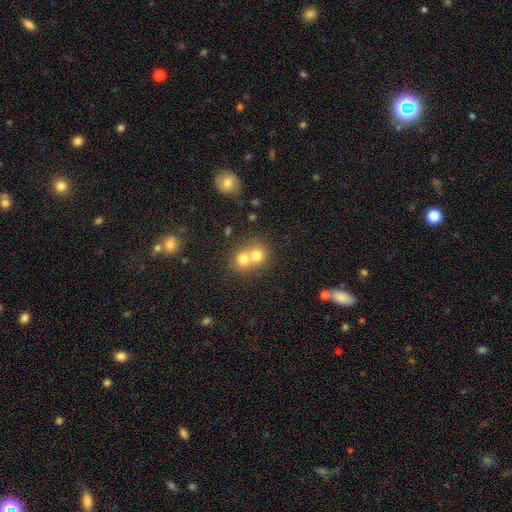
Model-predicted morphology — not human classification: This appears to be a smooth galaxy with no disk features (73%) that is round (78%). Merging: merger (65%).